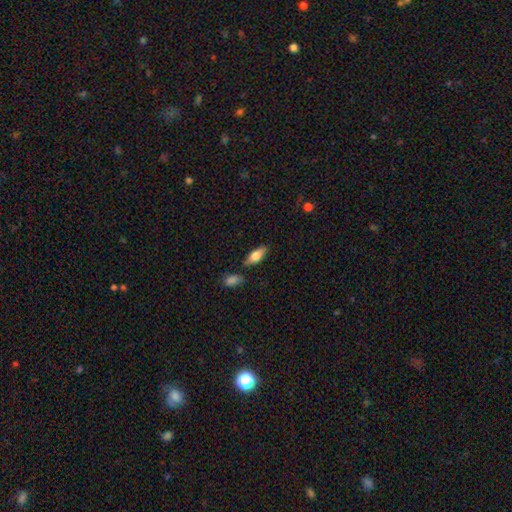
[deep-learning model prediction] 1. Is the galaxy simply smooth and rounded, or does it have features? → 66% smooth, 27% featured or disk, 7% star or artifact.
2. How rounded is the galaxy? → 74% in between, 23% cigar-shaped, 3% round.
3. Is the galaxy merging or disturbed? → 77% none, 14% minor disturbance, 6% merger, 3% major disturbance.